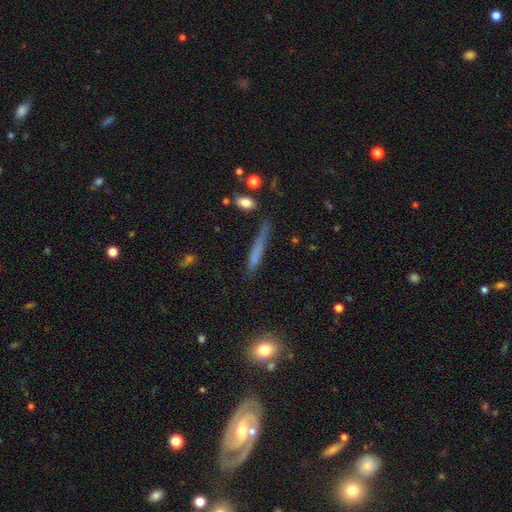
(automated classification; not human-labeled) Morphology: type=smooth (65%); roundness=cigar-shaped (93%); merging=none (70%).